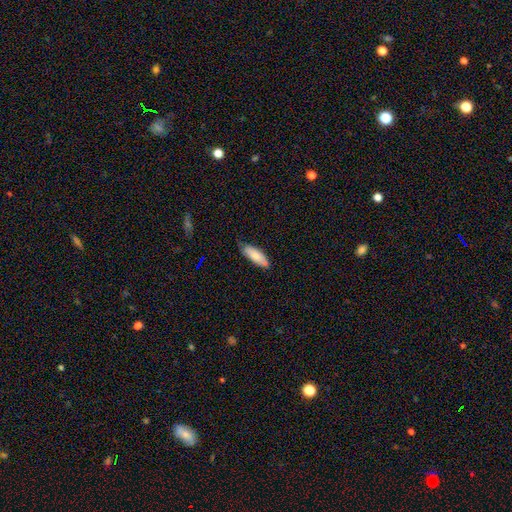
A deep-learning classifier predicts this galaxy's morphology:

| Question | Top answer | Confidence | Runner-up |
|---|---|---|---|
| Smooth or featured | smooth | 80% | featured or disk (14%) |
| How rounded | in between | 59% | cigar-shaped (40%) |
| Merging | none | 71% | minor disturbance (23%) |